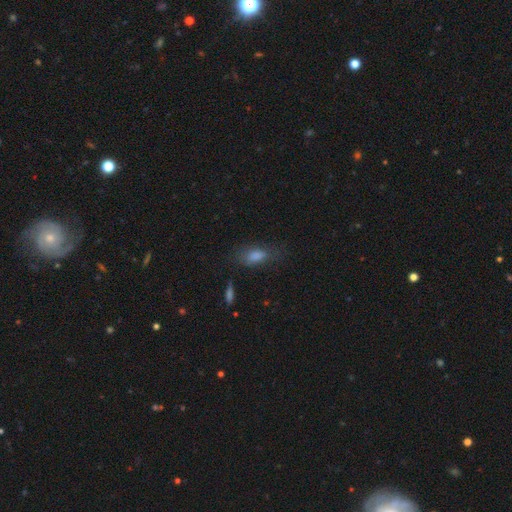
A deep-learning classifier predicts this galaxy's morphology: The model was most divided on "merging": none: 65%, minor disturbance: 21%, major disturbance: 11%, merger: 3%. More confident: how rounded — in between (72%); smooth or featured — smooth (69%).